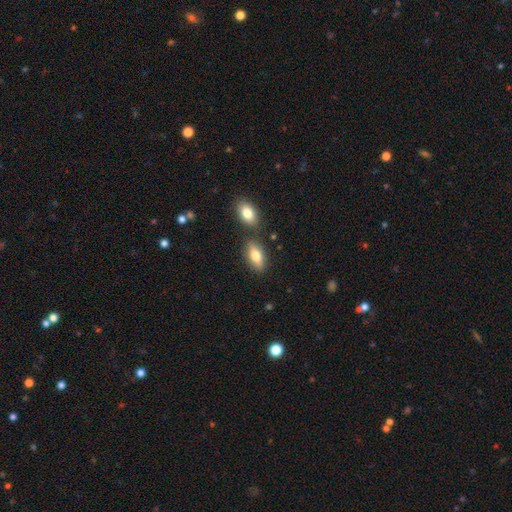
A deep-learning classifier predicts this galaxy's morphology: smooth_or_featured: smooth (p=0.74) [alt: featured or disk p=0.19]
how_rounded: in between (p=0.84) [alt: cigar-shaped p=0.12]
merging: none (p=0.73) [alt: merger p=0.12]